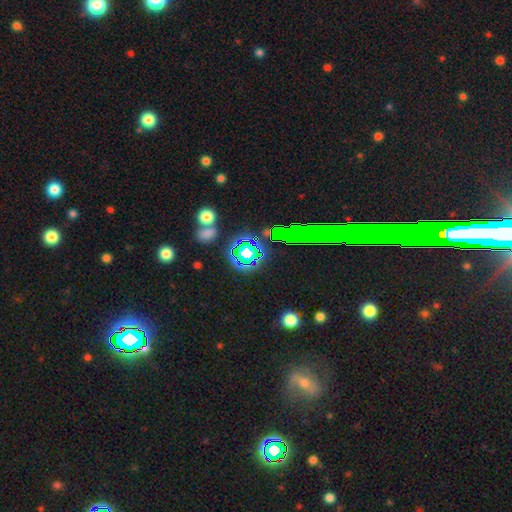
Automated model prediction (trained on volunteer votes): This appears to be a star or artifact, not a galaxy (74%).